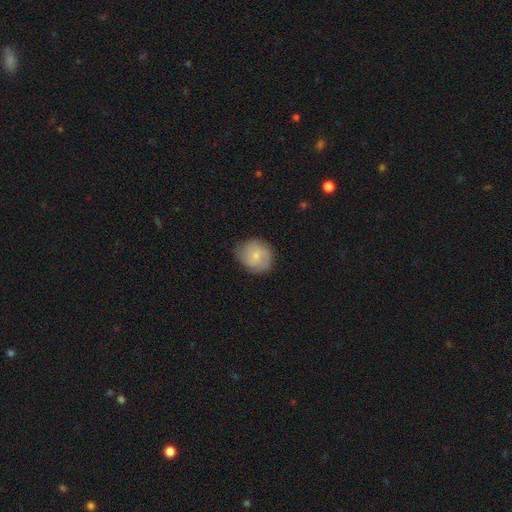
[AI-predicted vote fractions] The model was most divided on "smooth or featured": smooth: 63%, featured or disk: 30%, star or artifact: 7%. More confident: how rounded — round (81%); merging — none (74%).